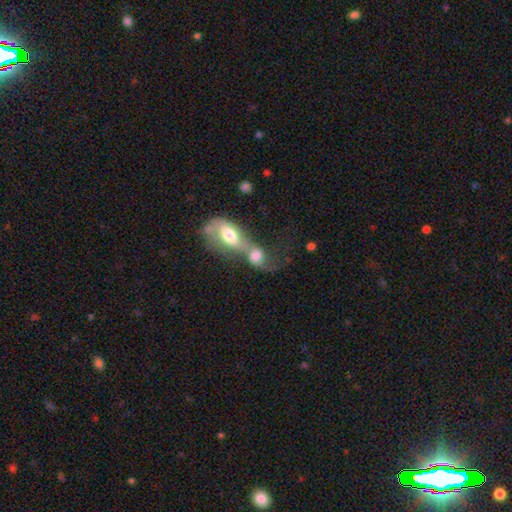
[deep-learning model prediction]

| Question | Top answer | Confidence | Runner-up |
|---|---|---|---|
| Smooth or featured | smooth | 61% | featured or disk (29%) |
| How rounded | in between | 68% | round (27%) |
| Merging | merger | 81% | none (8%) |